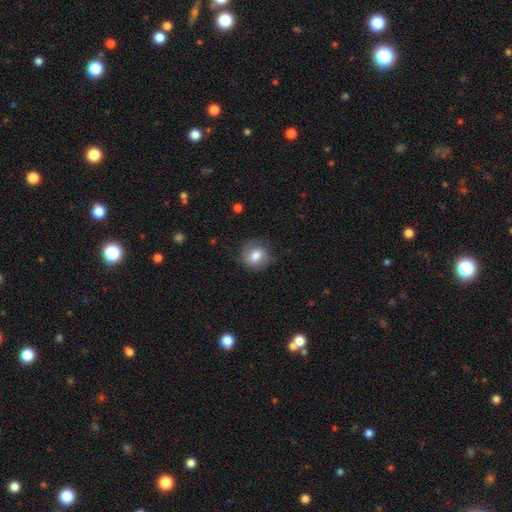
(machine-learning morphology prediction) type=smooth (75%); roundness=round (76%); merging=none (75%).